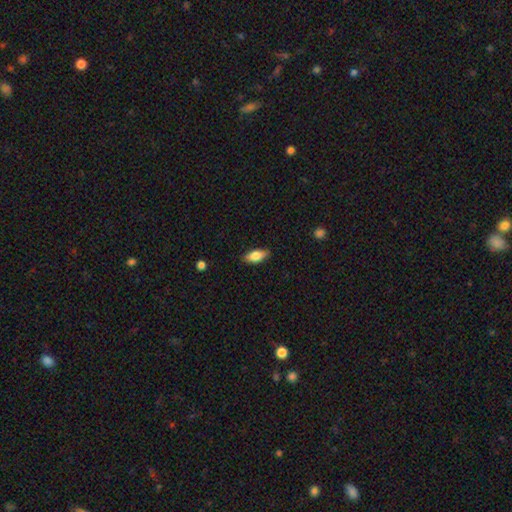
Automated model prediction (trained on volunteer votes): Morphology: type=smooth (81%); roundness=in between (85%); merging=none (85%).